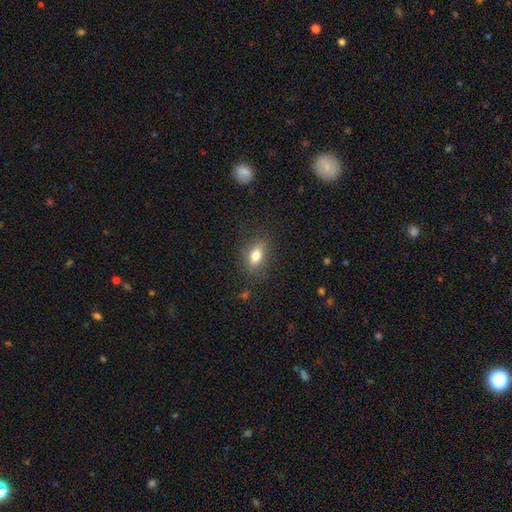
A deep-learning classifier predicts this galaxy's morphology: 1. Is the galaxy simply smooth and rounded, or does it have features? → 80% smooth, 10% featured or disk, 10% star or artifact.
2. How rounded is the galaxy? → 80% in between, 14% round, 6% cigar-shaped.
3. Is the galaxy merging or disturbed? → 82% none, 13% minor disturbance, 4% major disturbance, 1% merger.